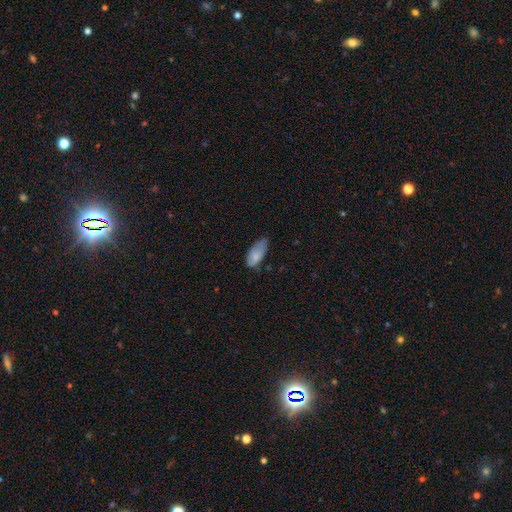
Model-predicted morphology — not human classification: Overall: smooth (79%). How rounded: in between (90%). Merging: none (44%; minor disturbance 42%).